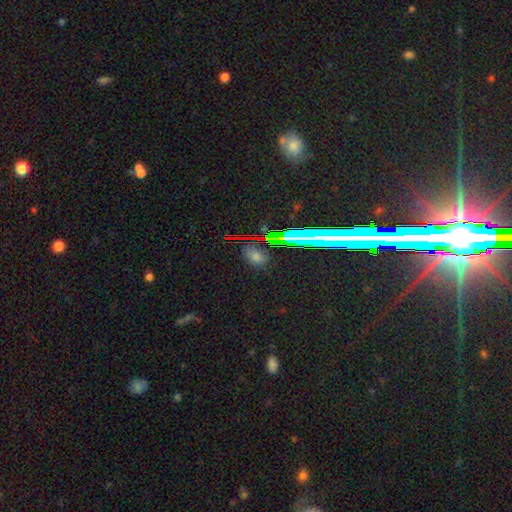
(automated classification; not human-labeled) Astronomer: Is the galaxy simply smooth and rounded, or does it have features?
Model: star or artifact — 49% (runner-up: smooth, 40%).